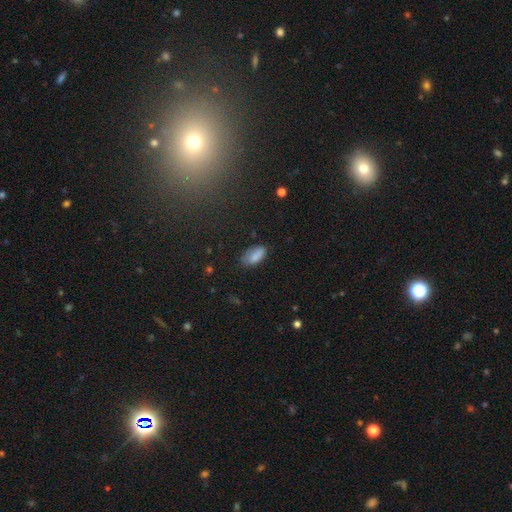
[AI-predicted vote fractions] Morphology: type=smooth (84%); roundness=in between (90%); merging=none (72%).